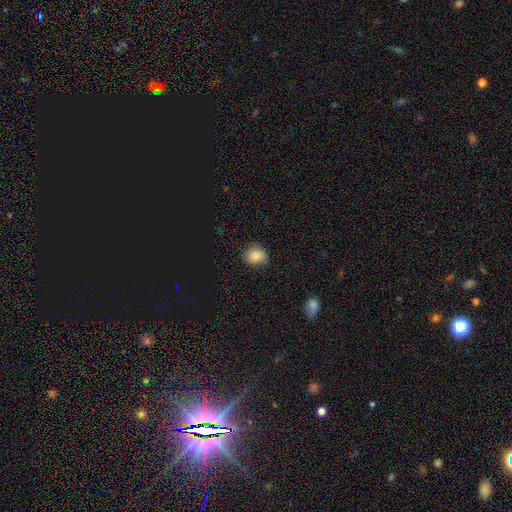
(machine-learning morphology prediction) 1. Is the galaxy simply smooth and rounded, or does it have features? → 80% smooth, 11% star or artifact, 8% featured or disk.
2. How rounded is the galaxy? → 75% round, 24% in between, 1% cigar-shaped.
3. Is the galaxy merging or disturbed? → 78% none, 18% minor disturbance, 3% major disturbance, 1% merger.